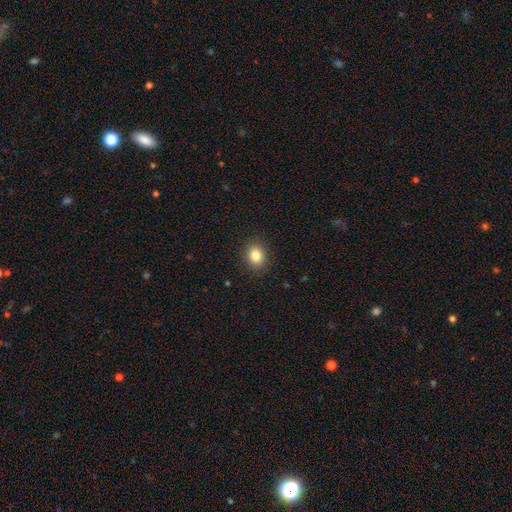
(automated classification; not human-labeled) This appears to be a smooth galaxy with no disk features (83%) that is round (58%). Merging: none (90%).